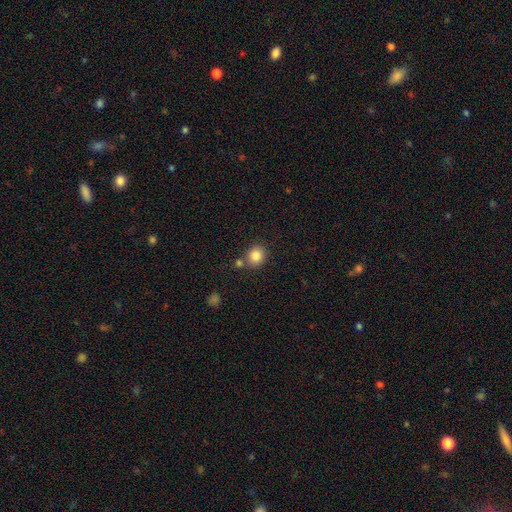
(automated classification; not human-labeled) The model was most divided on "how rounded": round: 74%, in between: 25%, cigar-shaped: 1%. More confident: smooth or featured — smooth (84%); merging — none (71%).